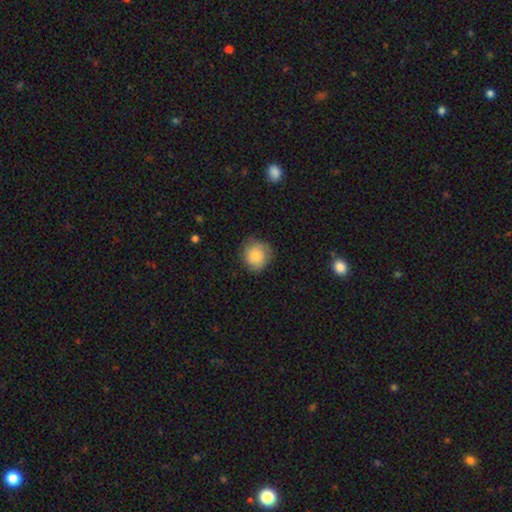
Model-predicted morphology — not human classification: smooth 78%, featured or disk 14%, star or artifact 7%. Down the decision tree: how rounded — round (86%); merging — none (74%).